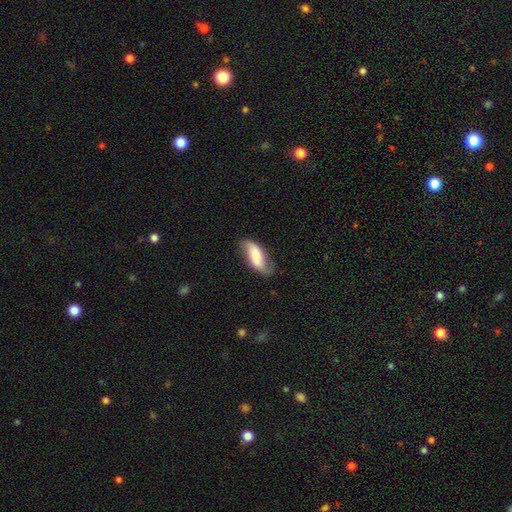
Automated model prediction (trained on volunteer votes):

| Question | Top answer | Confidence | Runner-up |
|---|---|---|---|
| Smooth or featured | smooth | 51% | featured or disk (42%) |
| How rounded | in between | 80% | cigar-shaped (17%) |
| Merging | none | 64% | minor disturbance (26%) |